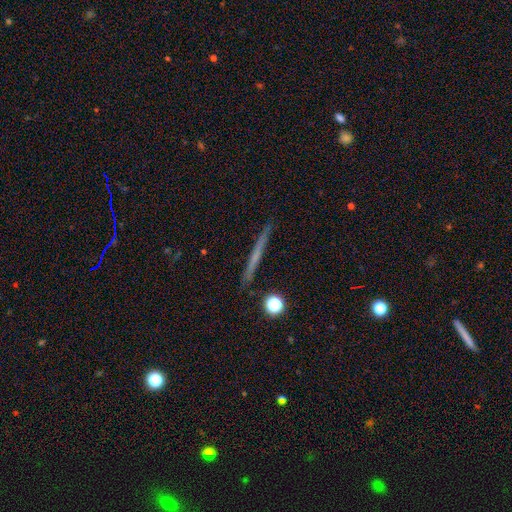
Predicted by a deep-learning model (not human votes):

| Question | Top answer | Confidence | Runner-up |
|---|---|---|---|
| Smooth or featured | featured or disk | 54% | smooth (38%) |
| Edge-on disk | yes | 97% | no (3%) |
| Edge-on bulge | none | 80% | rounded (16%) |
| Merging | none | 91% | minor disturbance (6%) |